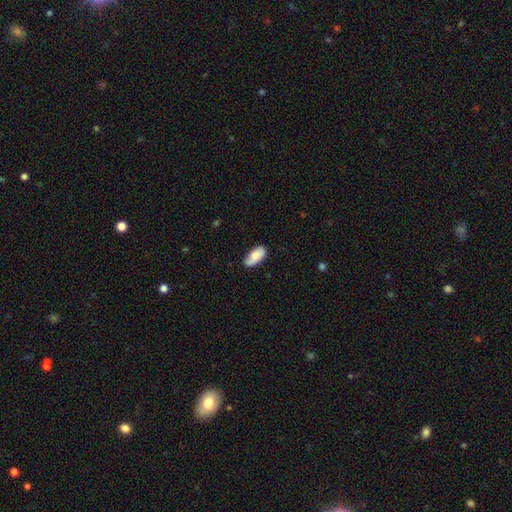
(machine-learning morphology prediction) Smooth or featured? Predicted: smooth (p=0.77). How rounded? Predicted: in between (p=0.91). Merging? Predicted: none (p=0.63).